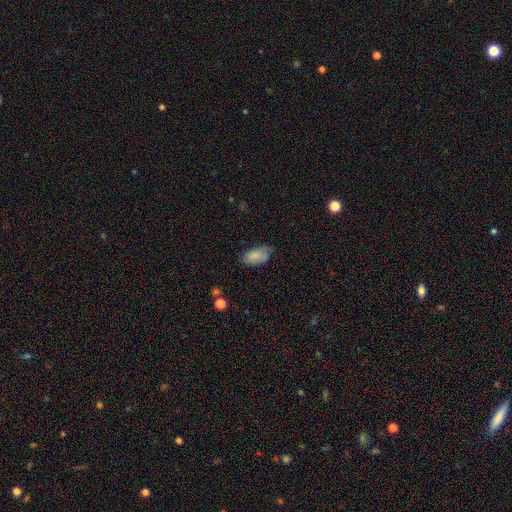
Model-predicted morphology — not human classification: A smooth galaxy with no disk features (83%) that is in between round and cigar-shaped (93%).

Vote fractions:
- Smooth or featured? smooth: 83% / featured or disk: 10% / star or artifact: 7%
- How rounded? in between: 93% / round: 4% / cigar-shaped: 3%
- Merging? none: 61% / minor disturbance: 30% / major disturbance: 7% / merger: 2%